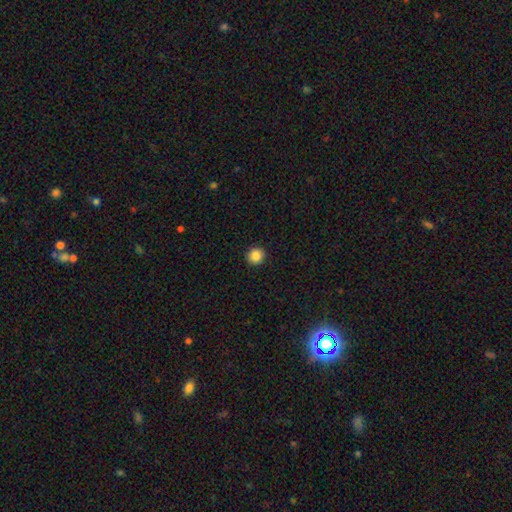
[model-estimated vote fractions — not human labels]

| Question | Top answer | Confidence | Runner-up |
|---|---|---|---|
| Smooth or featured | smooth | 86% | star or artifact (10%) |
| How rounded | round | 92% | in between (7%) |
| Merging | none | 93% | minor disturbance (4%) |